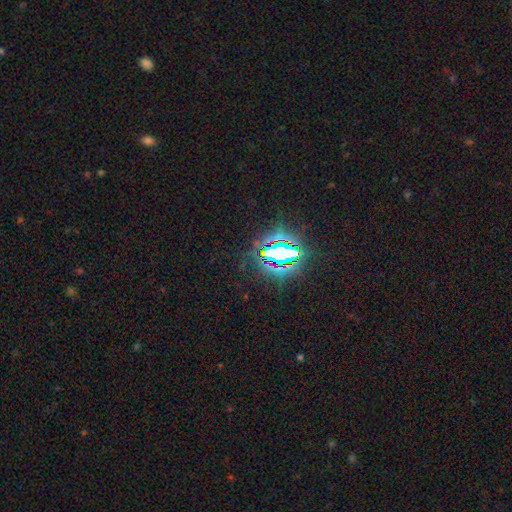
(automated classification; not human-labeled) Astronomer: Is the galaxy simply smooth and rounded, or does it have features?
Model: star or artifact — 83%.